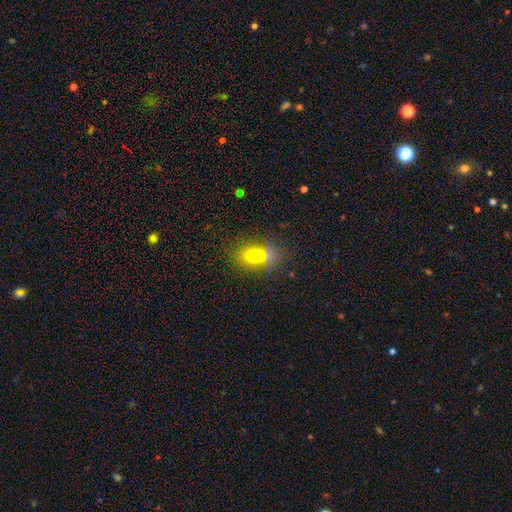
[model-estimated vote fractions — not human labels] Smooth or featured? Predicted: smooth (p=0.68). How rounded? Predicted: in between (p=0.76). Merging? Predicted: none (p=0.71).